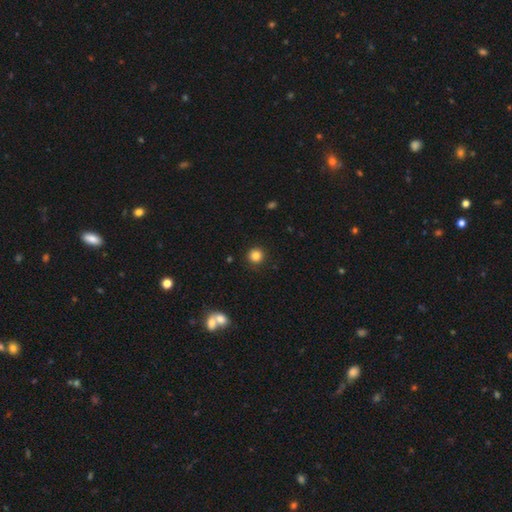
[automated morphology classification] This is clearly a smooth galaxy (84%). How rounded: clearly round (94%). Merging: clearly none (90%).